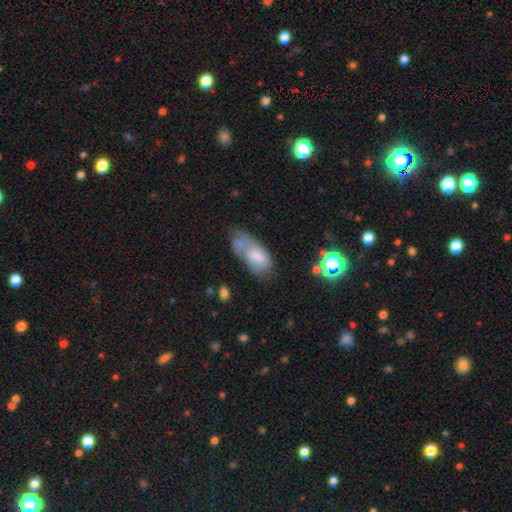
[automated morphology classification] A smooth galaxy with no disk features (65%) that is in between round and cigar-shaped (86%). Merging: none (31%, tied with minor disturbance).